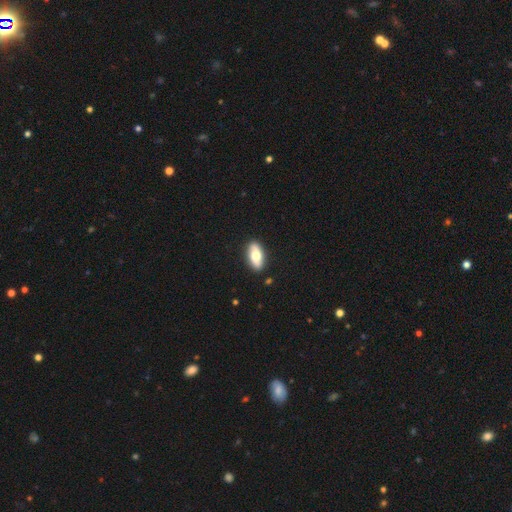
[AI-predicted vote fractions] Smooth or featured? Predicted: smooth (p=0.65). How rounded? Predicted: in between (p=0.87). Merging? Predicted: none (p=0.88).